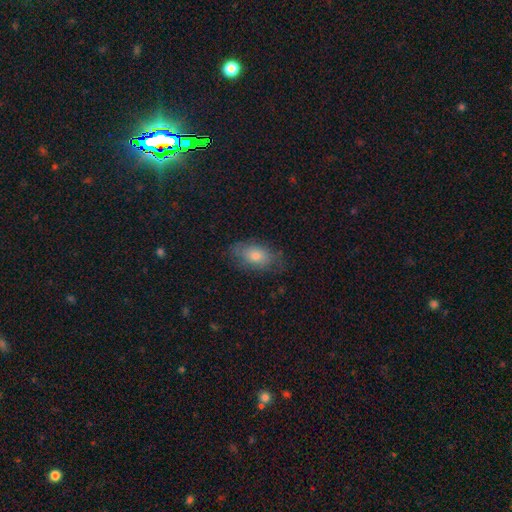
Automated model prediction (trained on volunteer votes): Overall: smooth (67%). How rounded: in between (88%). Merging: none (73%).